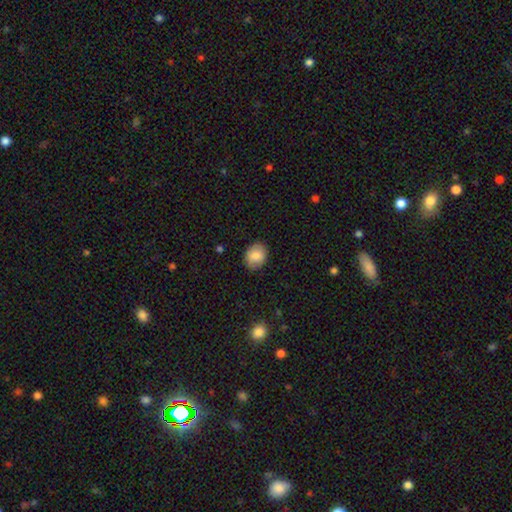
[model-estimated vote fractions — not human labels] This is clearly a smooth galaxy (83%). How rounded: possibly in between (53%). Merging: clearly none (87%).